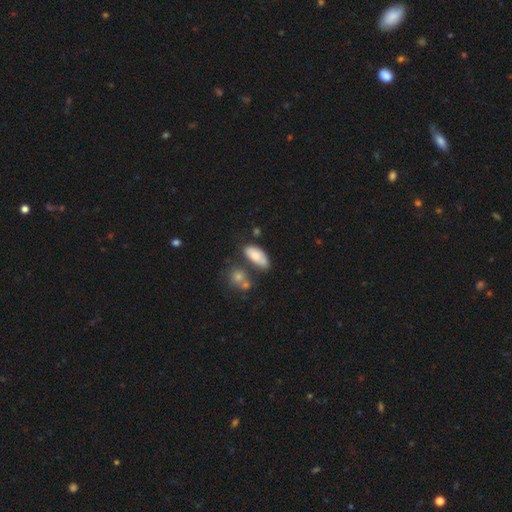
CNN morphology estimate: Smooth or featured? smooth (79%)
How rounded? in between (88%)
Merging? none (54%)